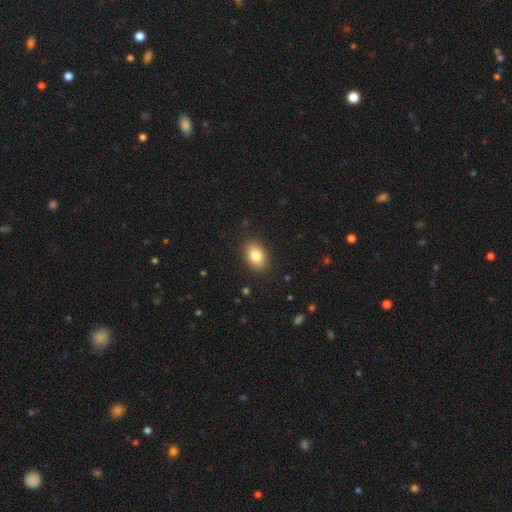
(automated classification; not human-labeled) Overall: smooth (83%). How rounded: in between (81%). Merging: none (88%).